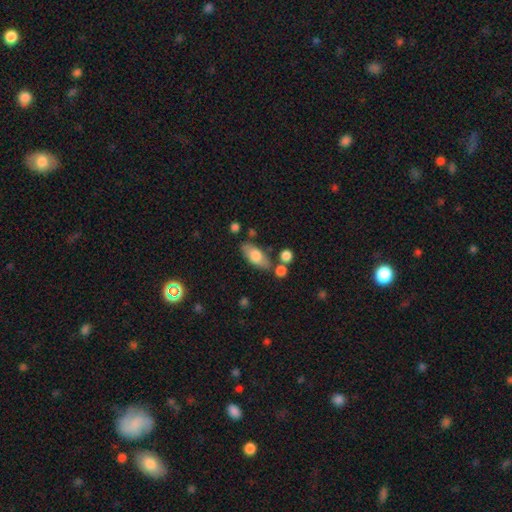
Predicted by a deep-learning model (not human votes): Smooth or featured?
  - smooth: 71% *
  - featured or disk: 22%
  - star or artifact: 7%
How rounded?
  - in between: 86% *
  - cigar-shaped: 11%
  - round: 4%
Merging?
  - none: 73% *
  - minor disturbance: 14%
  - merger: 9%
  - major disturbance: 4%